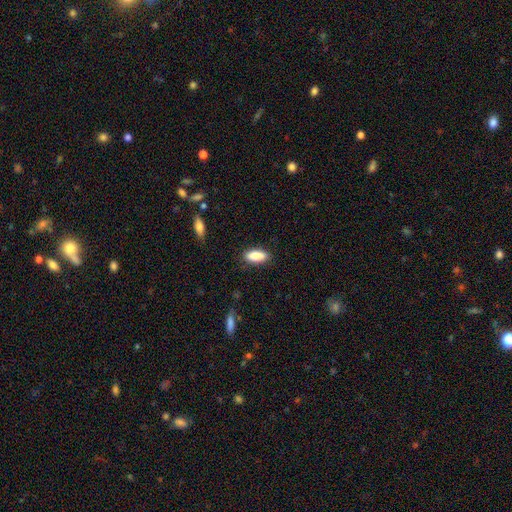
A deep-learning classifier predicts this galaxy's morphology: smooth_or_featured: smooth (p=0.87) [alt: star or artifact p=0.07]
how_rounded: in between (p=0.79) [alt: cigar-shaped p=0.19]
merging: none (p=0.84) [alt: minor disturbance p=0.12]